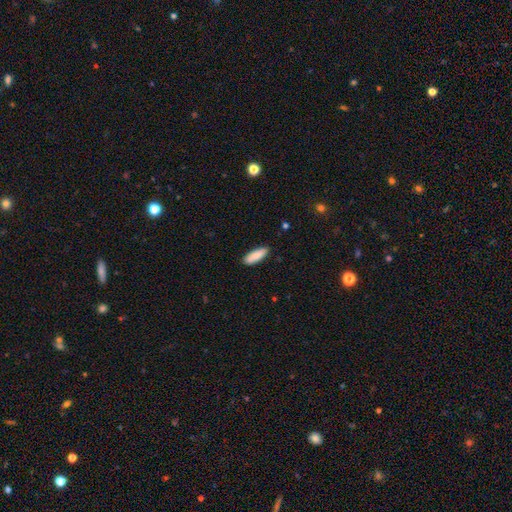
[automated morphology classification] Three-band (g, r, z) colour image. It shows a smooth galaxy with no disk features (88%) that is in between round and cigar-shaped (59%). Merging: none (87%).